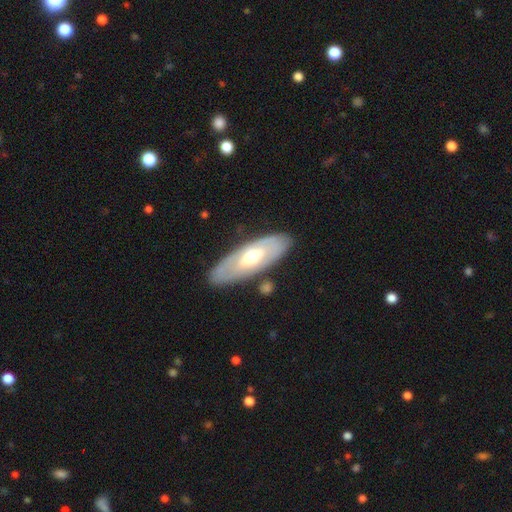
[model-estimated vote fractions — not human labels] smooth-or-featured: featured or disk: 61% | smooth: 34% | star or artifact: 6%
  disk-edge-on: no: 75% | yes: 25%
  merging: none: 83% | minor disturbance: 12% | major disturbance: 3% | merger: 3%